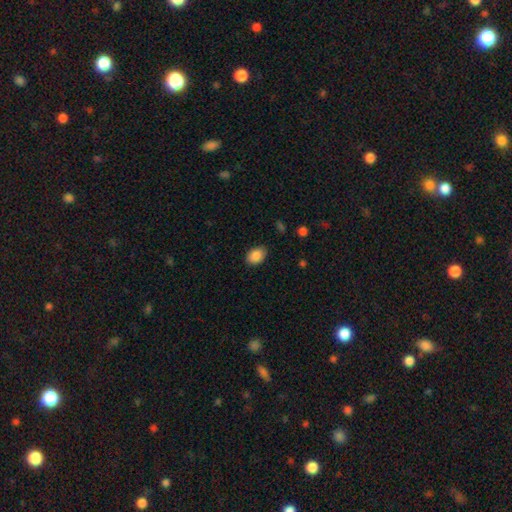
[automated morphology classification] smooth_or_featured: smooth (p=0.88) [alt: star or artifact p=0.08]
how_rounded: in between (p=0.79) [alt: round p=0.20]
merging: none (p=0.85) [alt: minor disturbance p=0.11]